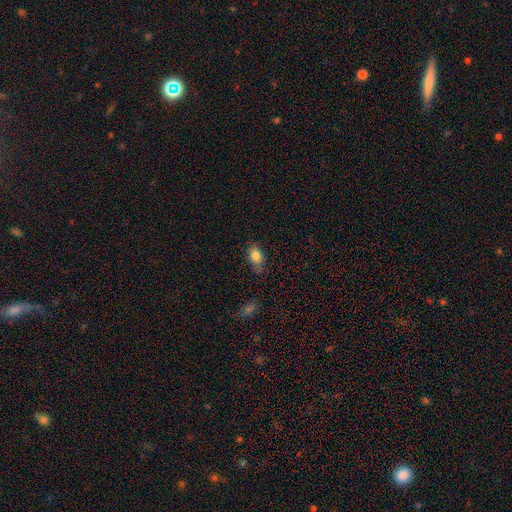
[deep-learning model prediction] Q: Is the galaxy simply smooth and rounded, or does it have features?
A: smooth — 82%.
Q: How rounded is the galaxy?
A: in between — 80%.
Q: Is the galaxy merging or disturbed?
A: none — 68%.